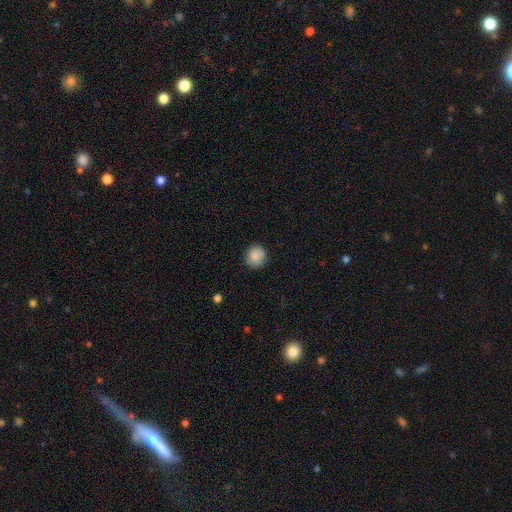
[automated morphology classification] Smooth or featured?
  - smooth: 88% *
  - star or artifact: 8%
  - featured or disk: 4%
How rounded?
  - round: 88% *
  - in between: 11%
  - cigar-shaped: 1%
Merging?
  - none: 87% *
  - minor disturbance: 10%
  - major disturbance: 2%
  - merger: 1%